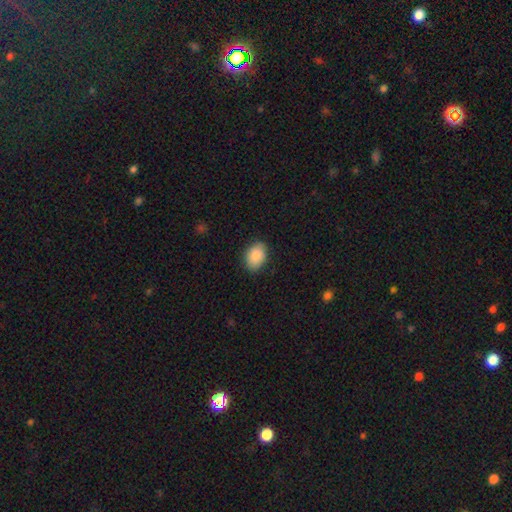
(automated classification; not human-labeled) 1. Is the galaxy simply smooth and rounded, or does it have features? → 88% smooth, 7% star or artifact, 5% featured or disk.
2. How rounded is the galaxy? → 80% in between, 19% round, 1% cigar-shaped.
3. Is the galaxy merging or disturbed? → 85% none, 11% minor disturbance, 2% major disturbance, 1% merger.